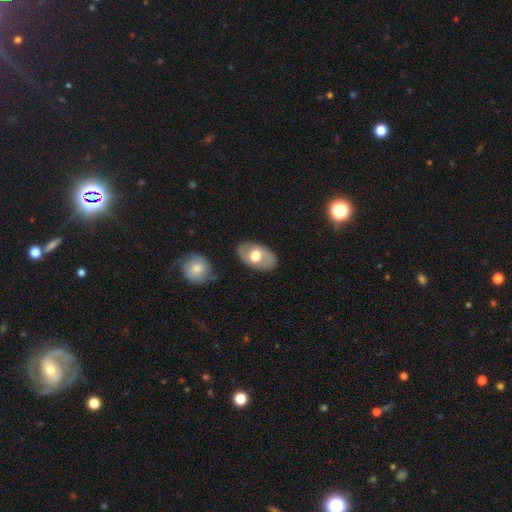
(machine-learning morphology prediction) type=smooth (51%); roundness=in between (89%); merging=none (81%).